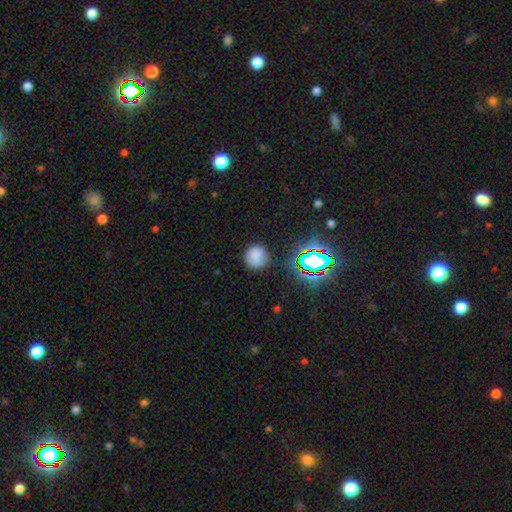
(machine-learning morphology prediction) Smooth or featured?
  - smooth: 72% *
  - star or artifact: 19%
  - featured or disk: 9%
How rounded?
  - round: 88% *
  - in between: 11%
  - cigar-shaped: 1%
Merging?
  - none: 78% *
  - minor disturbance: 15%
  - major disturbance: 5%
  - merger: 2%